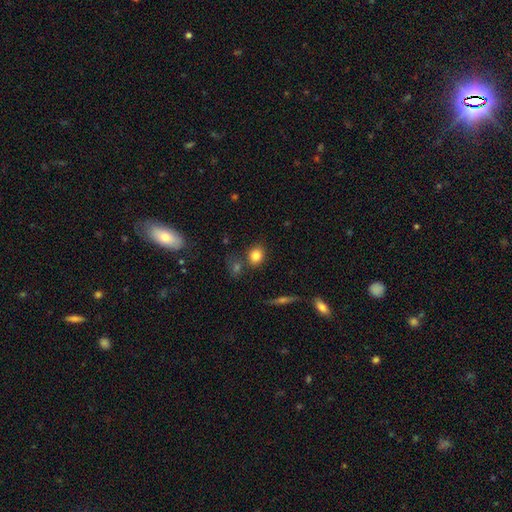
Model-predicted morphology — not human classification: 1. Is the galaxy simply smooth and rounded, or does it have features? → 83% smooth, 10% star or artifact, 7% featured or disk.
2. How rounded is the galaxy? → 58% round, 40% in between, 2% cigar-shaped.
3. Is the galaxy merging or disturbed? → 74% none, 11% minor disturbance, 11% merger, 4% major disturbance.